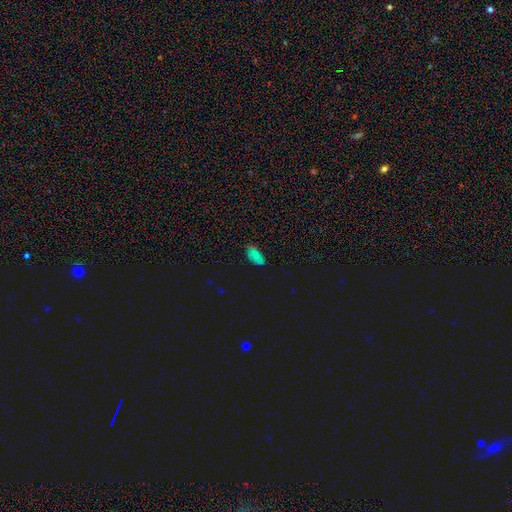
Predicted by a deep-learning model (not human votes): This is likely a smooth galaxy (65%). How rounded: clearly in between (92%). Merging: likely none (71%).